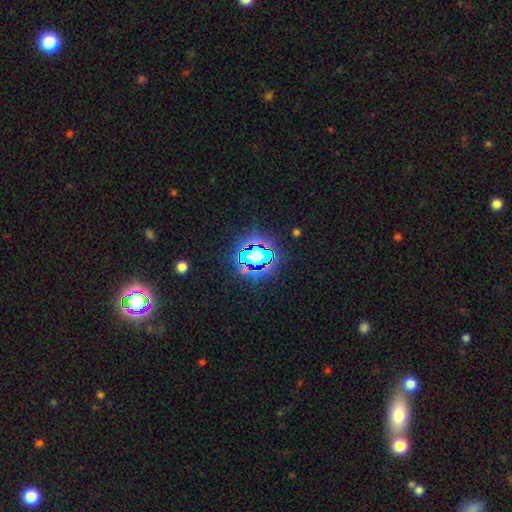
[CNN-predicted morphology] The model was most divided on "smooth or featured": star or artifact: 62%, smooth: 24%, featured or disk: 14%.